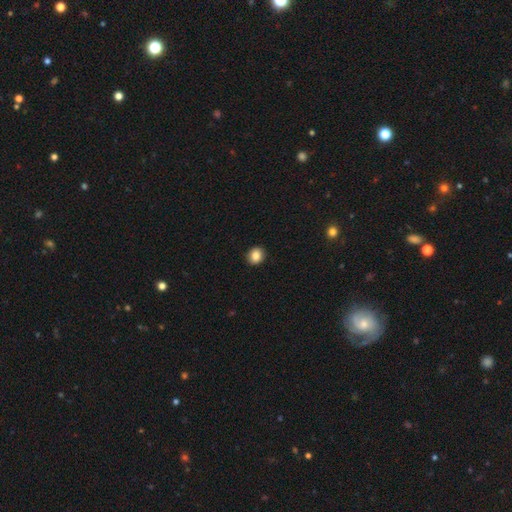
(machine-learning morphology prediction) smooth_or_featured: smooth (p=0.85) [alt: star or artifact p=0.09]
how_rounded: round (p=0.77) [alt: in between p=0.22]
merging: none (p=0.92) [alt: minor disturbance p=0.06]